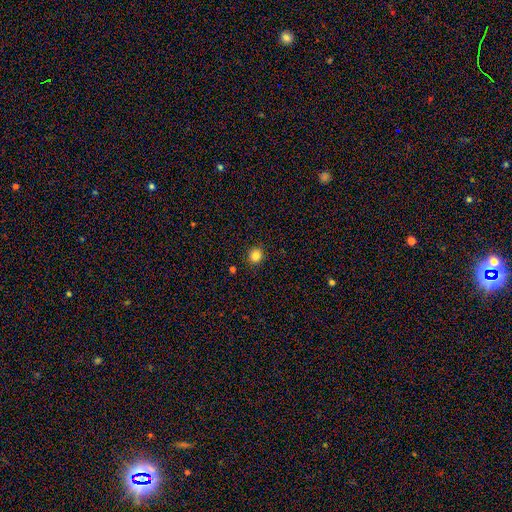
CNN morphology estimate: Smooth or featured: smooth — 84% (star or artifact — 12%)
How rounded: round — 91% (in between — 8%)
Merging: none — 91% (minor disturbance — 6%)